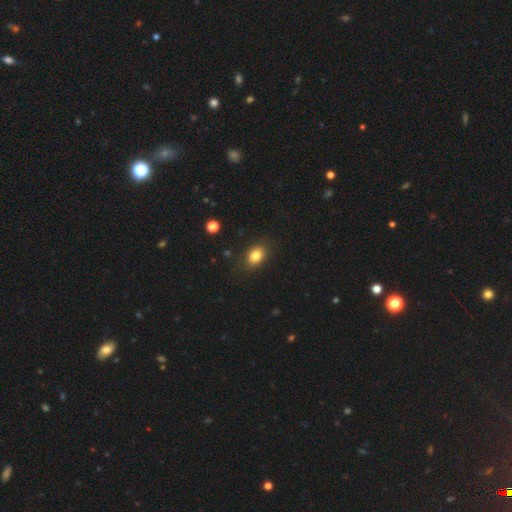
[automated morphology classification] Smooth or featured? smooth (83%)
How rounded? in between (72%)
Merging? none (83%)